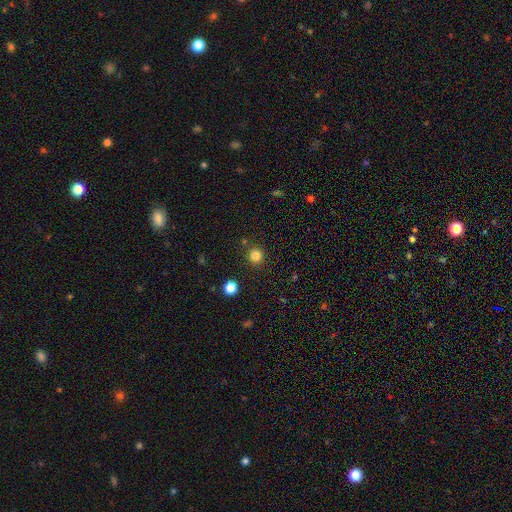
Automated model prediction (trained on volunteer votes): Morphology: type=smooth (81%); roundness=round (91%); merging=none (86%).